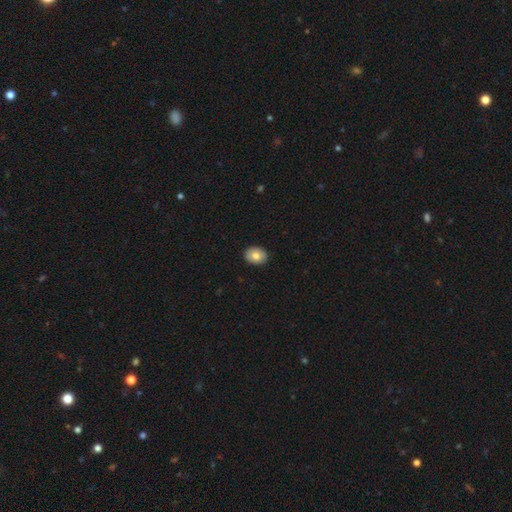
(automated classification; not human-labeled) Overall: smooth (76%). How rounded: in between (58%; round 41%). Merging: none (90%).